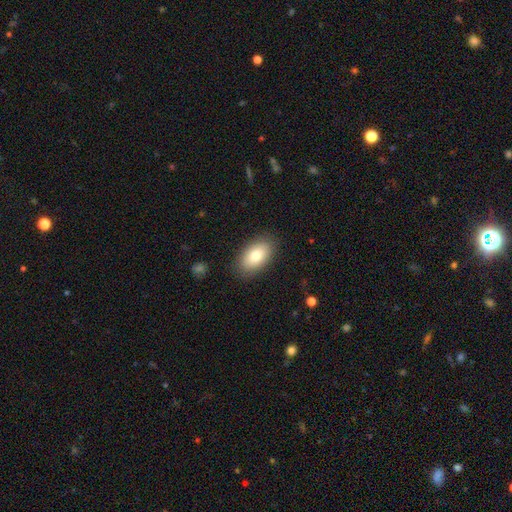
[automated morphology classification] Smooth or featured? smooth (80%)
How rounded? in between (93%)
Merging? none (86%)